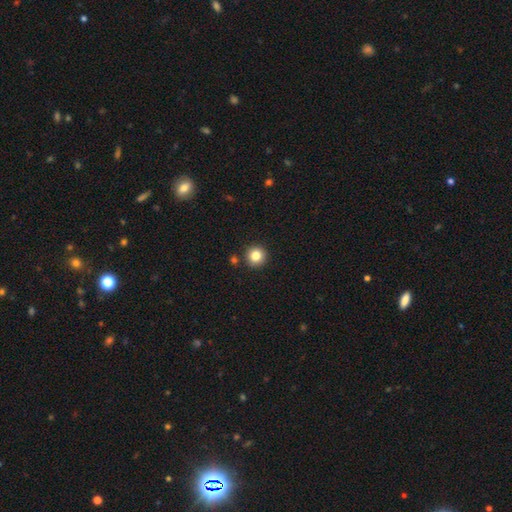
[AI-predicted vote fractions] The model was most divided on "smooth or featured": smooth: 83%, star or artifact: 11%, featured or disk: 6%. More confident: how rounded — round (95%); merging — none (90%).